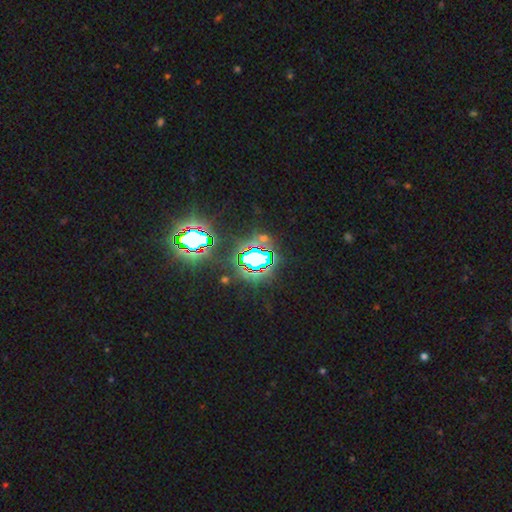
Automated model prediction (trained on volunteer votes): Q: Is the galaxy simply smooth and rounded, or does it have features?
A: star or artifact — 74%.